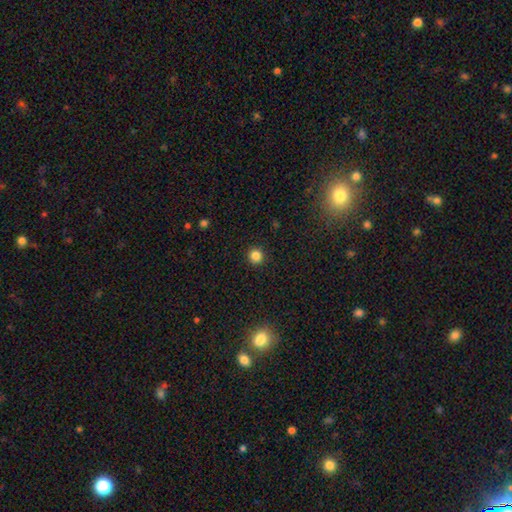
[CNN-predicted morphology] This appears to be a smooth galaxy with no disk features (84%) that is round (95%). Merging: none (93%).